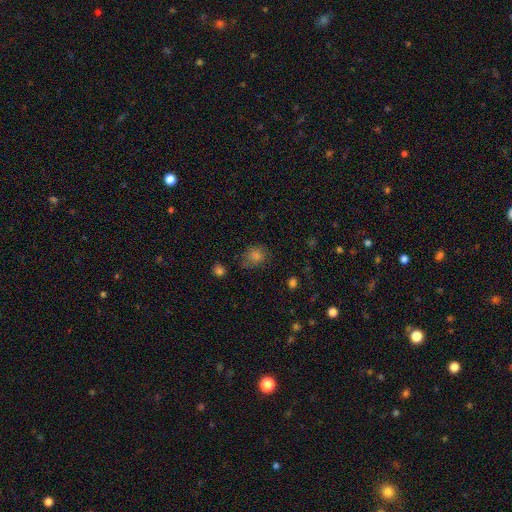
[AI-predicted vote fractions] smooth-or-featured: smooth: 74% | star or artifact: 18% | featured or disk: 8%
  how-rounded: round: 68% | in between: 31% | cigar-shaped: 1%
  merging: none: 71% | minor disturbance: 21% | major disturbance: 6% | merger: 3%